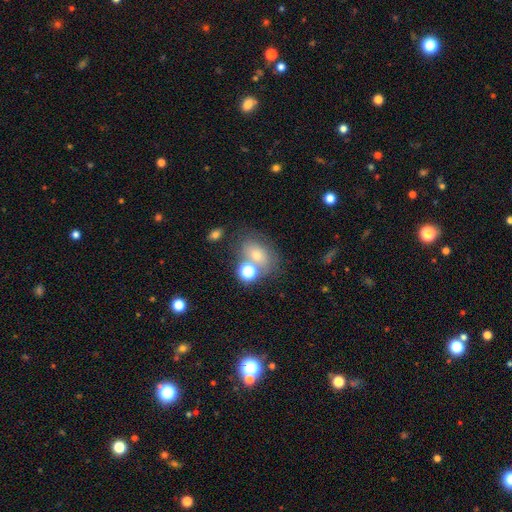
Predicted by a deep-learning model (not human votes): Q: Smooth or featured?
A: smooth (61%); runner-up: featured or disk (20%)
Q: How rounded?
A: in between (67%); runner-up: round (31%)
Q: Merging?
A: none (55%); runner-up: merger (21%)